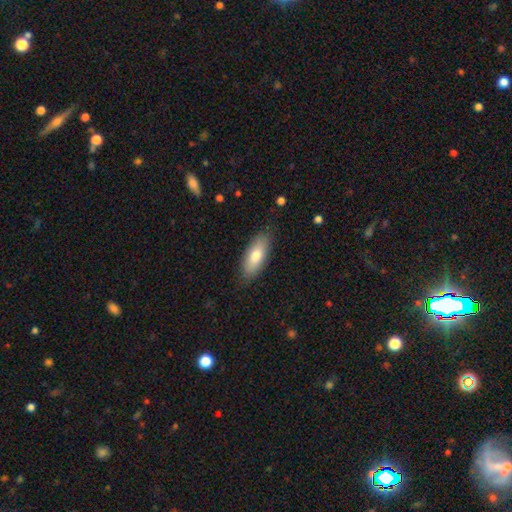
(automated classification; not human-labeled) smooth_or_featured: smooth (p=0.76) [alt: featured or disk p=0.18]
how_rounded: in between (p=0.76) [alt: cigar-shaped p=0.21]
merging: none (p=0.84) [alt: minor disturbance p=0.12]